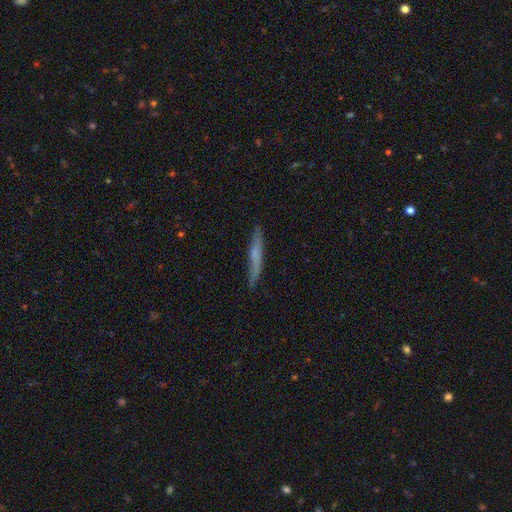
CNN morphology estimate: Overall: smooth (48%; featured or disk 46%). Merging: none (86%).